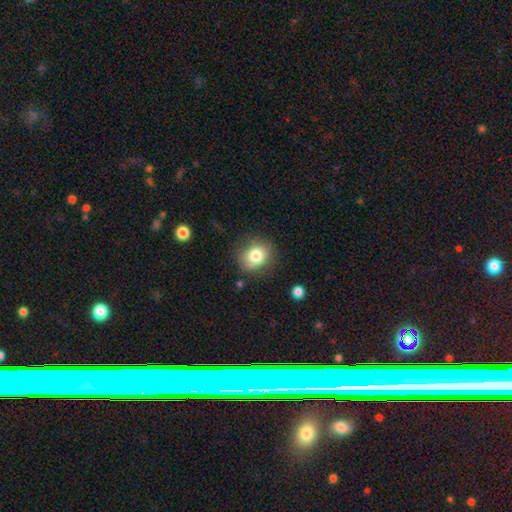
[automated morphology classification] The model was most divided on "how rounded": round: 67%, in between: 32%, cigar-shaped: 1%. More confident: smooth or featured — smooth (80%); merging — none (78%).